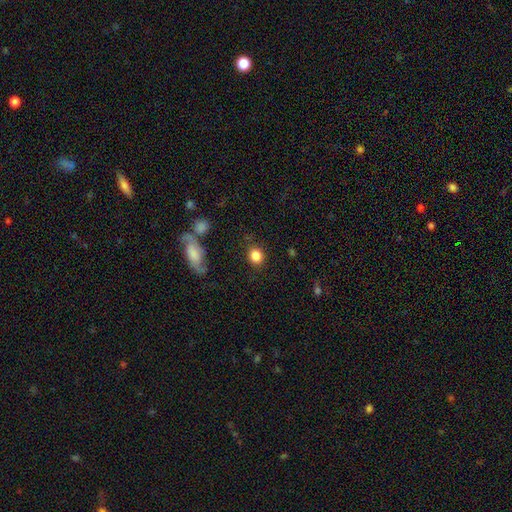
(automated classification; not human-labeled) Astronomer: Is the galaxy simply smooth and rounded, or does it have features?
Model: smooth — 84%.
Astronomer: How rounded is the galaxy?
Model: round — 81%.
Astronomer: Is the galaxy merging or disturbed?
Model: none — 84%.